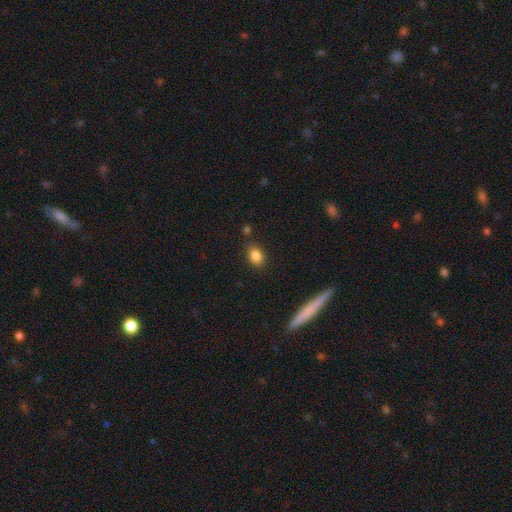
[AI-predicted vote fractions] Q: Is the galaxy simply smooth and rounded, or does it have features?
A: smooth — 84%.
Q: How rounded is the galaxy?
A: in between — 74%.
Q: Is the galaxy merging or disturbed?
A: none — 83%.